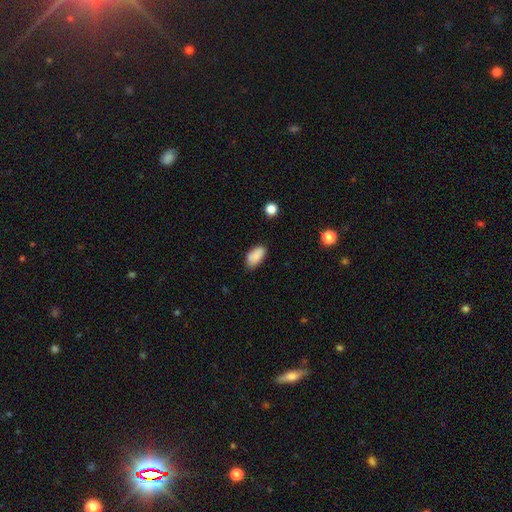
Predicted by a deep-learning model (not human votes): smooth 85%, star or artifact 8%, featured or disk 7%. Down the decision tree: how rounded — in between (92%); merging — none (75%).